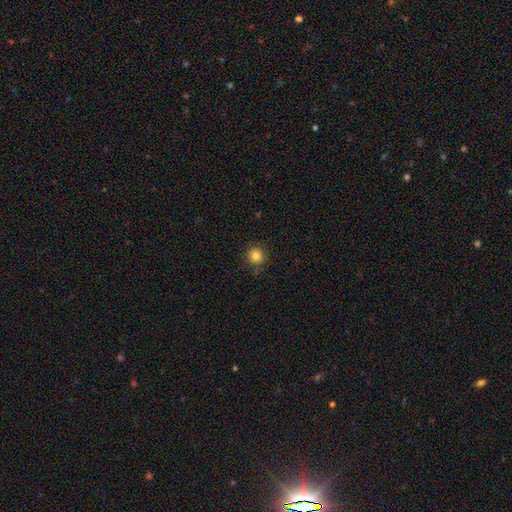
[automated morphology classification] Smooth or featured?
  - smooth: 83% *
  - star or artifact: 12%
  - featured or disk: 5%
How rounded?
  - round: 94% *
  - in between: 5%
  - cigar-shaped: 1%
Merging?
  - none: 87% *
  - minor disturbance: 9%
  - major disturbance: 2%
  - merger: 1%